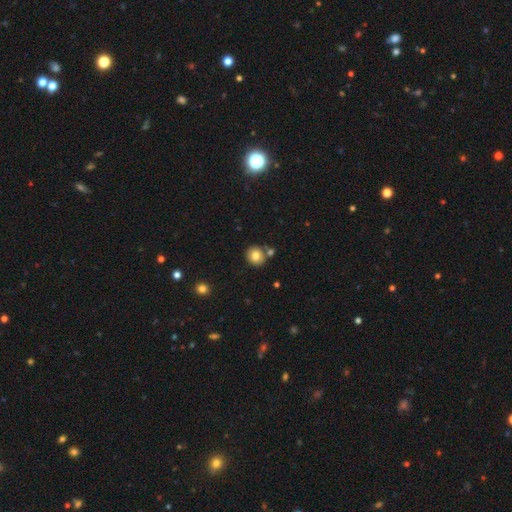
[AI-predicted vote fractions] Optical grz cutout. It shows a smooth galaxy with no disk features (79%) that is round (86%). Merging: none (72%).